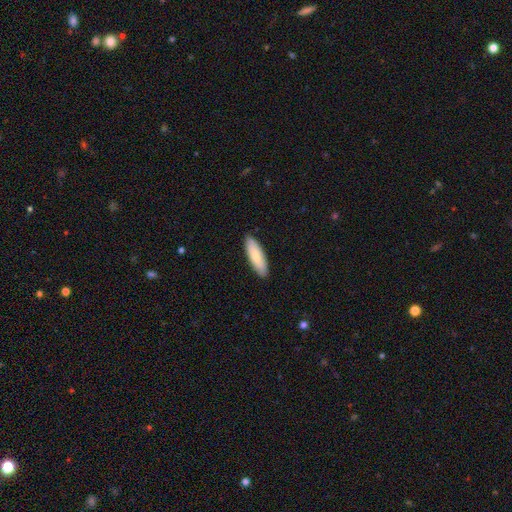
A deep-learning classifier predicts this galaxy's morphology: Smooth or featured?
  - smooth: 80% *
  - featured or disk: 15%
  - star or artifact: 5%
How rounded?
  - in between: 54% *
  - cigar-shaped: 45%
  - round: 2%
Merging?
  - none: 89% *
  - minor disturbance: 9%
  - major disturbance: 2%
  - merger: 1%